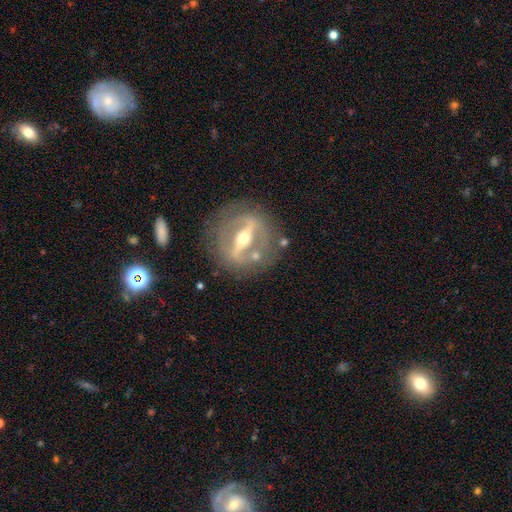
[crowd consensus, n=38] Overall: featured or disk (92%). Edge-on disk: no (86%). Bar: strong (80%). Spiral arms: no (57%; yes 43%). Bulge size: moderate (67%). Merging: none (89%).